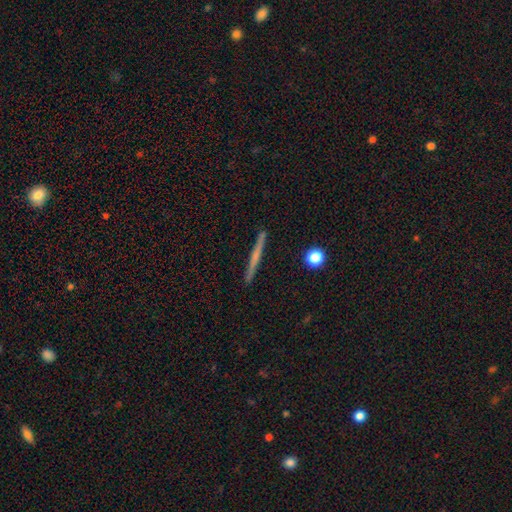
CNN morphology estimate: Smooth or featured? featured or disk (50%)
Merging? none (92%)